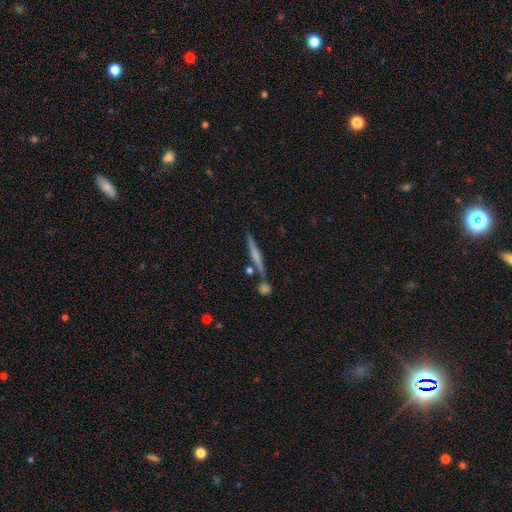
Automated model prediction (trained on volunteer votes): This is possibly a featured or disk galaxy (51%). It is clearly viewed edge-on (96%). Merging: likely none (76%).